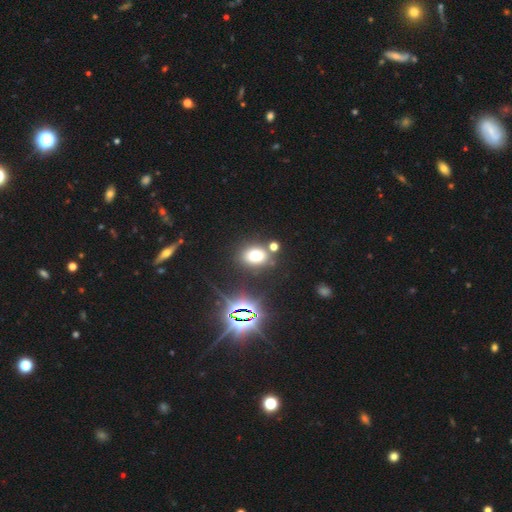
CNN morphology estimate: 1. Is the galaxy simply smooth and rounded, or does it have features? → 68% smooth, 24% star or artifact, 8% featured or disk.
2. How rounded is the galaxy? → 67% in between, 31% round, 2% cigar-shaped.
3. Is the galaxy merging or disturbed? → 74% none, 11% minor disturbance, 10% merger, 4% major disturbance.